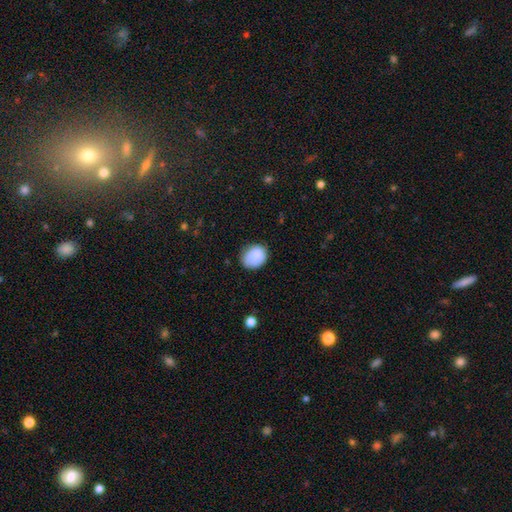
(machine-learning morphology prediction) smooth 84%, featured or disk 9%, star or artifact 7%. Down the decision tree: how rounded — round (52%); merging — none (67%).